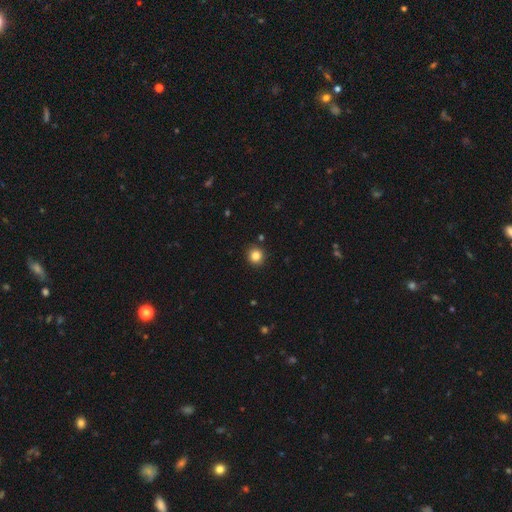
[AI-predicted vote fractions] Overall: smooth (84%). How rounded: round (93%). Merging: none (90%).